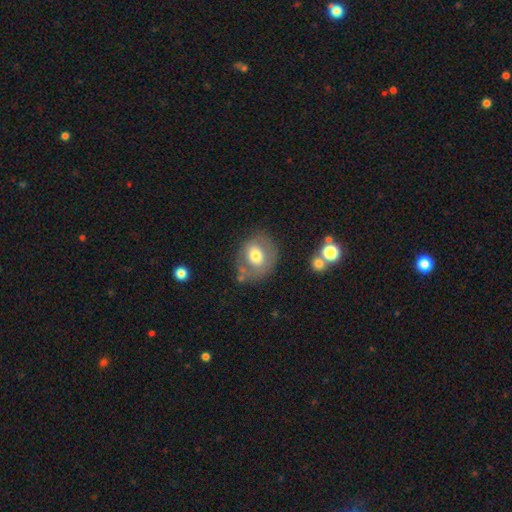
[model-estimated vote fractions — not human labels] Q: Smooth or featured?
A: smooth (62%); runner-up: featured or disk (30%)
Q: How rounded?
A: round (63%); runner-up: in between (37%)
Q: Merging?
A: none (66%); runner-up: minor disturbance (19%)